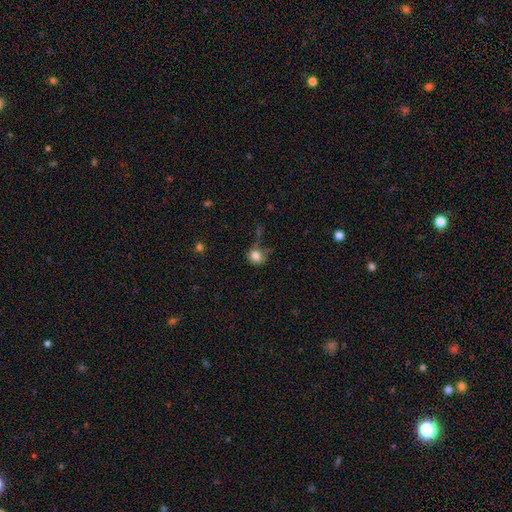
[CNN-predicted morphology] smooth 81%, star or artifact 11%, featured or disk 8%. Down the decision tree: how rounded — round (74%); merging — none (52%).